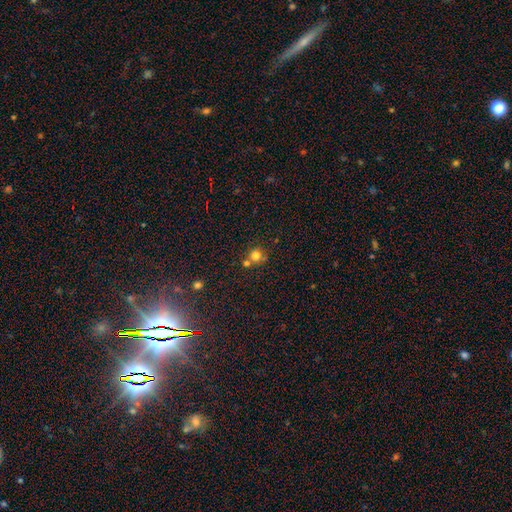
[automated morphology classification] smooth-or-featured: smooth: 77% | star or artifact: 14% | featured or disk: 9%
  how-rounded: round: 90% | in between: 9% | cigar-shaped: 1%
  merging: none: 58% | merger: 30% | minor disturbance: 9% | major disturbance: 3%